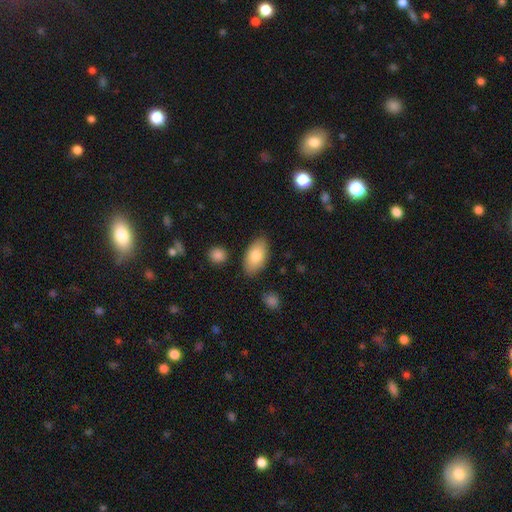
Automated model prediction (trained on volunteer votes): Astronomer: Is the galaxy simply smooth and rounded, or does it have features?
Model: smooth — 82%.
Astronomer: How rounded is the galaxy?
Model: in between — 93%.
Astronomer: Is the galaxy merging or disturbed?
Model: none — 81%.